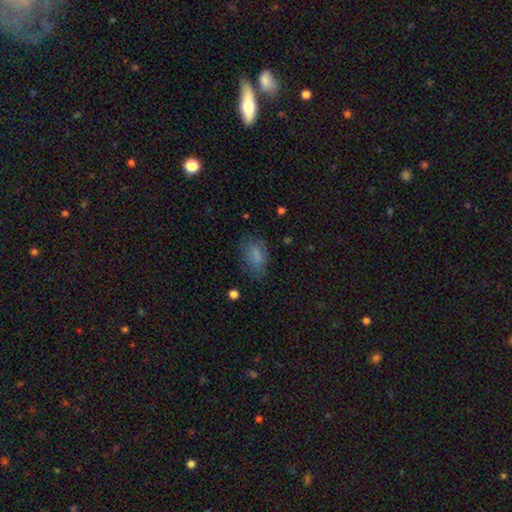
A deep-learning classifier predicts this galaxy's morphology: Smooth or featured: smooth — 78% (star or artifact — 11%)
How rounded: in between — 85% (round — 12%)
Merging: none — 66% (minor disturbance — 22%)